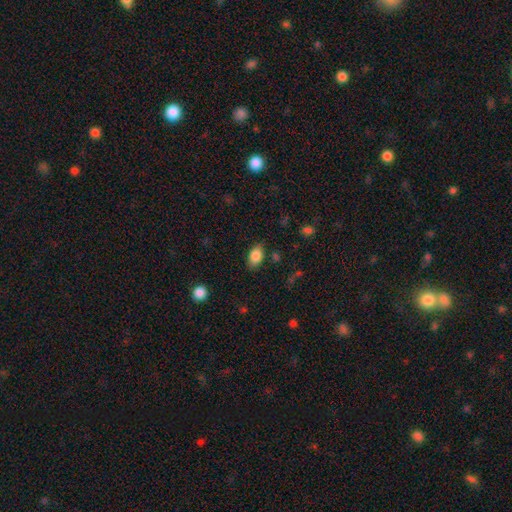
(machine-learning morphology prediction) This is clearly a smooth galaxy (86%). How rounded: clearly in between (90%). Merging: clearly none (83%).